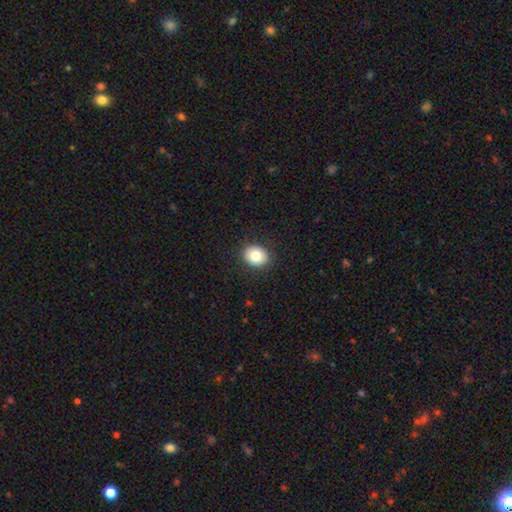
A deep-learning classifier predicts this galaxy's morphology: This appears to be a smooth galaxy with no disk features (81%) that is round (57%). Merging: none (90%).